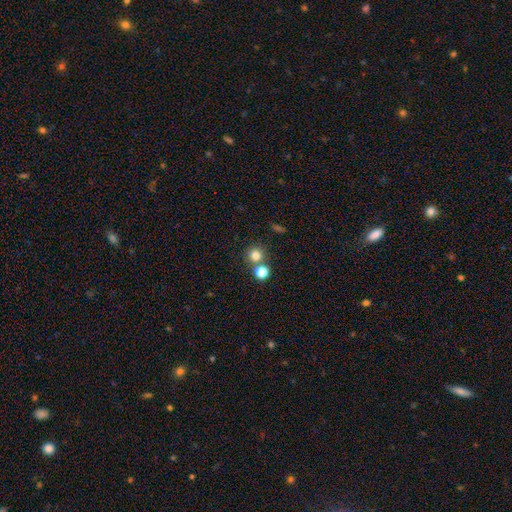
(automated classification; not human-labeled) The model was most divided on "merging": none: 68%, merger: 22%, minor disturbance: 7%, major disturbance: 3%. More confident: how rounded — round (91%); smooth or featured — smooth (78%).